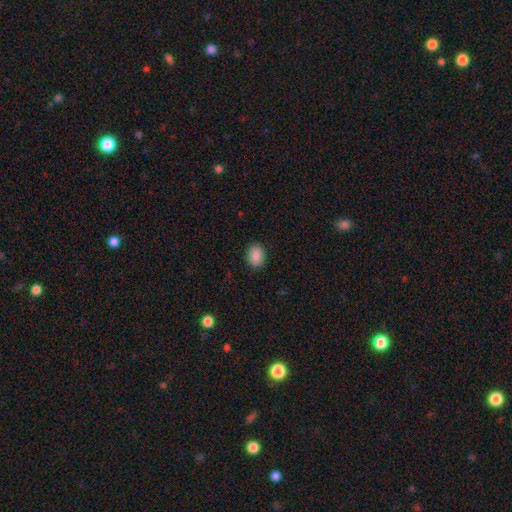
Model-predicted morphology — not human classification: This appears to be a smooth galaxy with no disk features (88%) that is in between round and cigar-shaped (67%). Merging: none (89%).